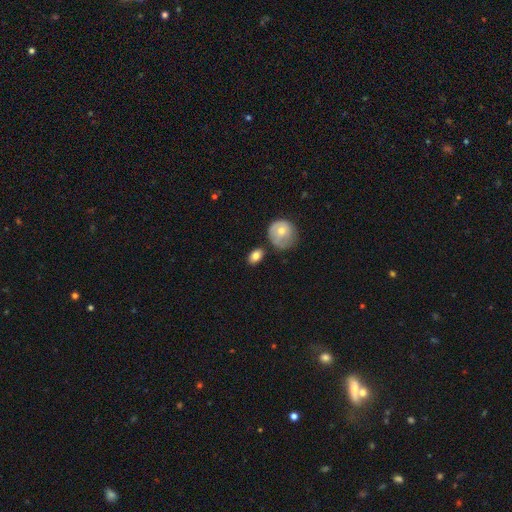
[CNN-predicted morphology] The model was most divided on "how rounded": in between: 75%, round: 23%, cigar-shaped: 2%. More confident: smooth or featured — smooth (82%); merging — none (72%).